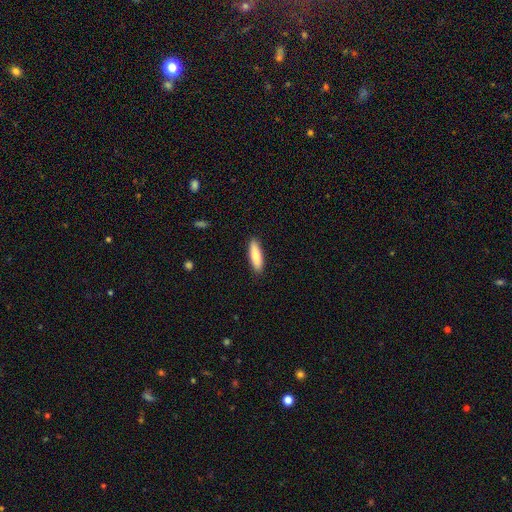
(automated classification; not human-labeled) A smooth galaxy with no disk features (81%) that is cigar-shaped (61%). Merging: none (89%).